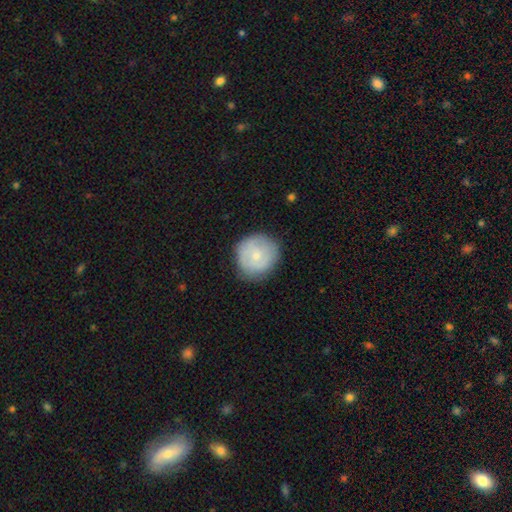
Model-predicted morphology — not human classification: Overall: smooth (62%; featured or disk 32%). How rounded: round (91%). Merging: none (77%).